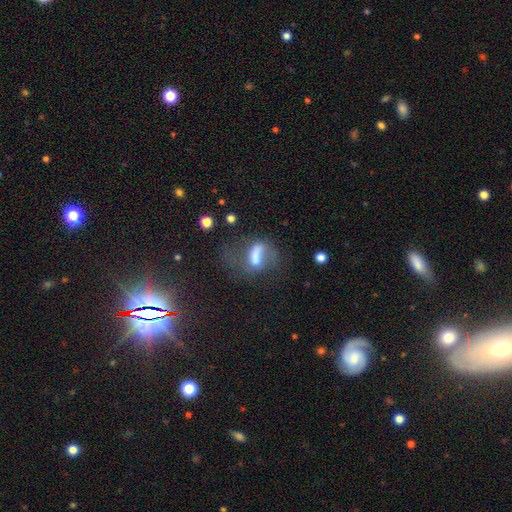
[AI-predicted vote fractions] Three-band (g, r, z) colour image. It shows a featured or disk galaxy (45%). Merging: major disturbance (44%).